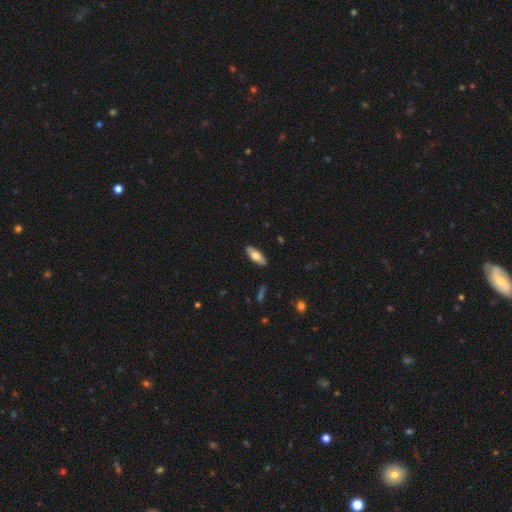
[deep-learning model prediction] Morphology: type=smooth (64%); roundness=in between (69%); merging=none (89%).